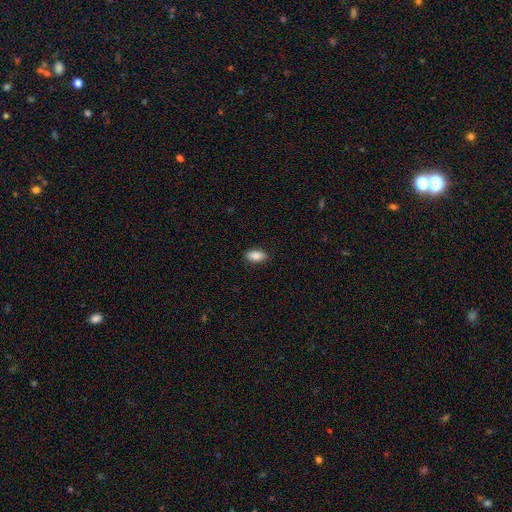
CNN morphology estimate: Smooth or featured: smooth — 88% (star or artifact — 7%)
How rounded: in between — 91% (cigar-shaped — 5%)
Merging: none — 88% (minor disturbance — 9%)